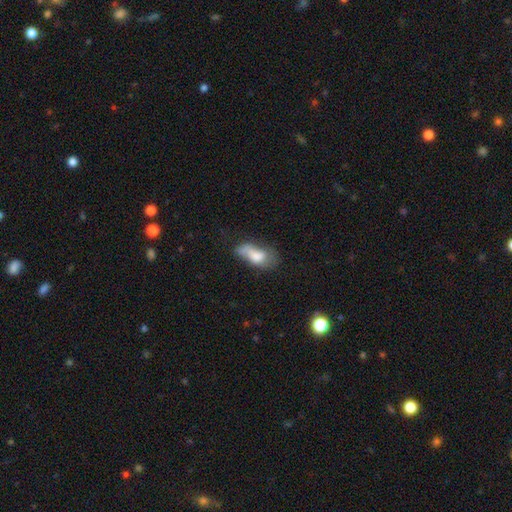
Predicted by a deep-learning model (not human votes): Smooth or featured? Predicted: smooth (p=0.65). How rounded? Predicted: in between (p=0.87). Merging? Predicted: minor disturbance (p=0.29, tied with none).